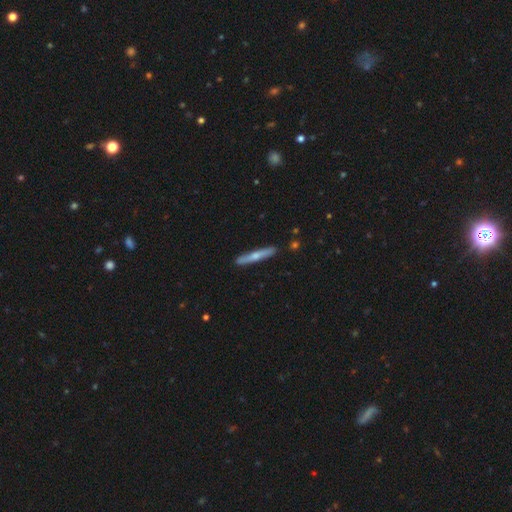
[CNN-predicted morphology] Smooth or featured? smooth (49%)
Merging? none (89%)